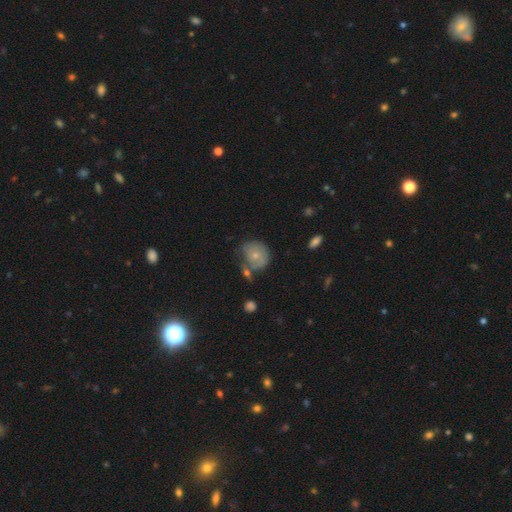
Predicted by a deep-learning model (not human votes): Smooth or featured? Predicted: smooth (p=0.59). How rounded? Predicted: round (p=0.74). Merging? Predicted: none (p=0.46).